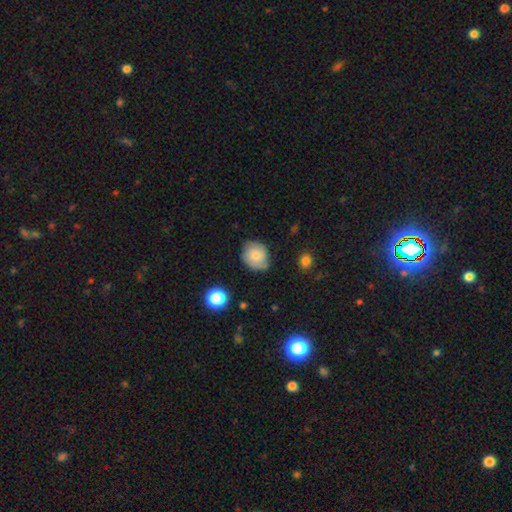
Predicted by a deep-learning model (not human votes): Smooth or featured: smooth — 66% (featured or disk — 25%)
How rounded: round — 65% (in between — 34%)
Merging: none — 64% (minor disturbance — 28%)